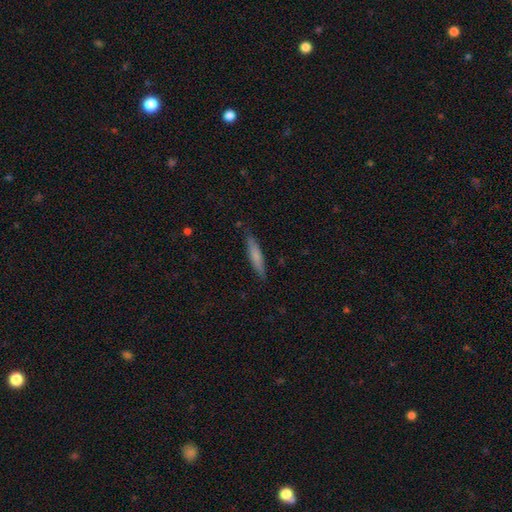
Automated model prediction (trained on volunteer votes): Overall: smooth (70%). How rounded: cigar-shaped (90%). Merging: none (86%).